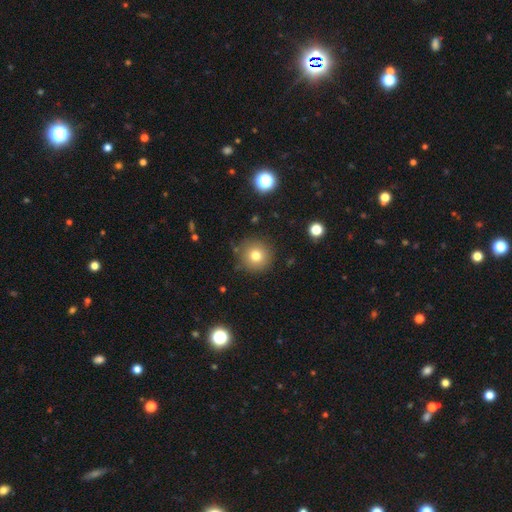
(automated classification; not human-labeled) Overall: smooth (76%). How rounded: round (95%). Merging: none (86%).